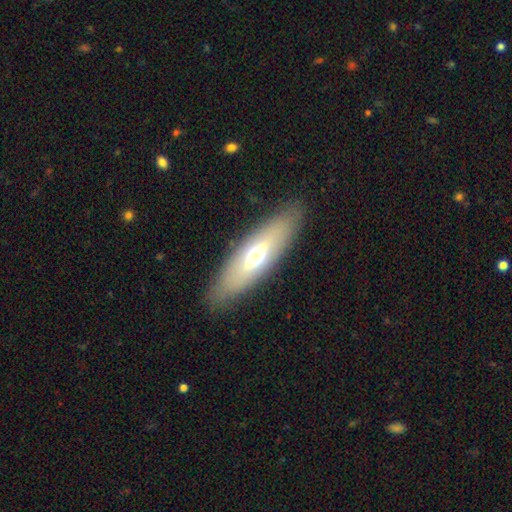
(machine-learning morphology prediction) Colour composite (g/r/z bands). It shows a smooth galaxy with no disk features (51%) that is cigar-shaped (51%). Merging: none (87%).